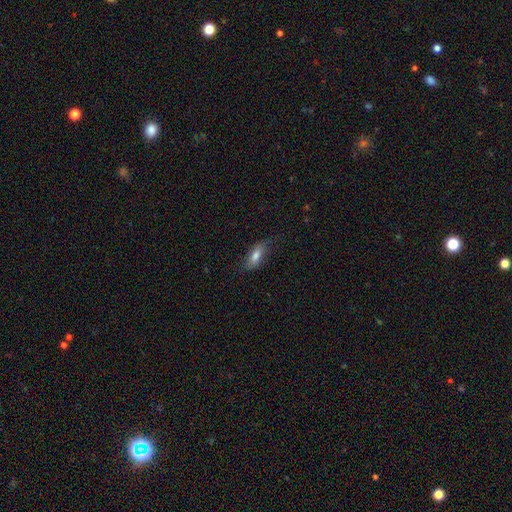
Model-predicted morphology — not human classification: Smooth or featured?
  - smooth: 70% *
  - featured or disk: 23%
  - star or artifact: 7%
How rounded?
  - in between: 74% *
  - cigar-shaped: 23%
  - round: 3%
Merging?
  - none: 63% *
  - minor disturbance: 26%
  - major disturbance: 9%
  - merger: 1%